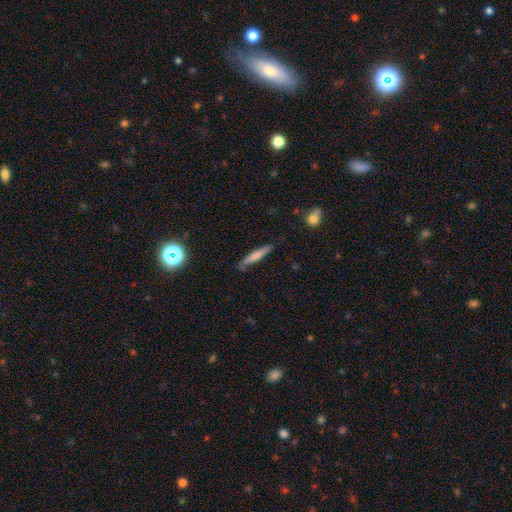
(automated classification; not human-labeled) smooth 64%, featured or disk 29%, star or artifact 6%. Down the decision tree: how rounded — cigar-shaped (93%); merging — none (79%).